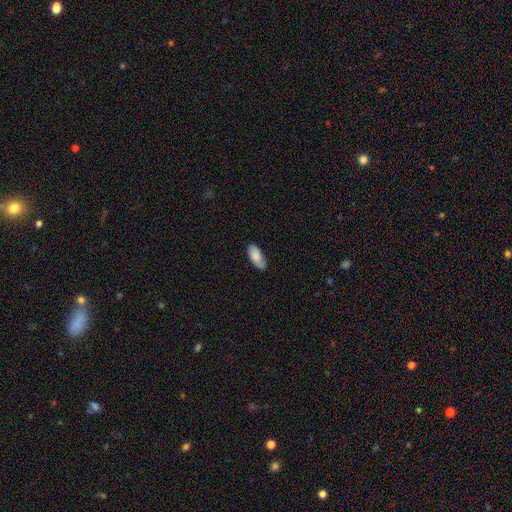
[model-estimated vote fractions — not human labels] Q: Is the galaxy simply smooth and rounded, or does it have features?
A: smooth — 77%.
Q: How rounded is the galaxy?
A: in between — 91%.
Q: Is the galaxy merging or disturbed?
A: none — 70%.